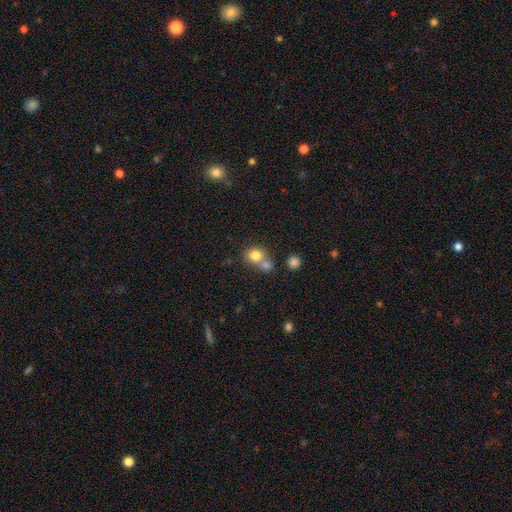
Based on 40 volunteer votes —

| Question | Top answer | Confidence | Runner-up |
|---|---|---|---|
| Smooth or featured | smooth | 88% | featured or disk (8%) |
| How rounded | round | 71% | in between (29%) |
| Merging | none | 68% | merger (26%) |